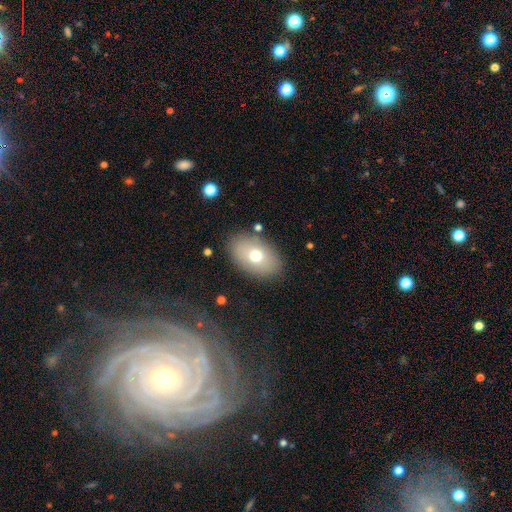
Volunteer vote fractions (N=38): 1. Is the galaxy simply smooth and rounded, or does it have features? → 71% smooth, 24% featured or disk, 5% star or artifact.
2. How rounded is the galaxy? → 93% in between, 7% round, 0% cigar-shaped.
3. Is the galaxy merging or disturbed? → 94% none, 3% minor disturbance, 3% major disturbance, 0% merger.